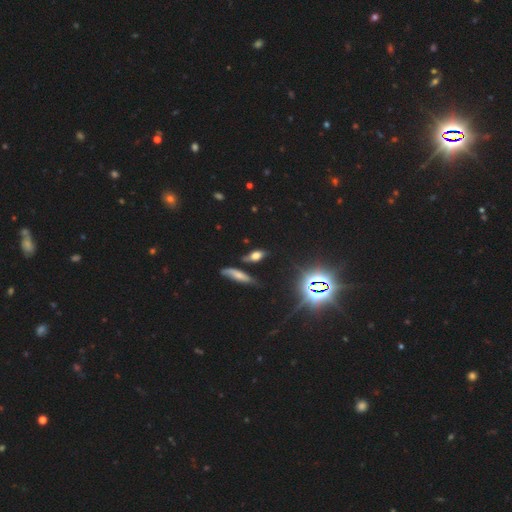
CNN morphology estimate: smooth-or-featured: smooth: 54% | star or artifact: 25% | featured or disk: 21%
  how-rounded: in between: 65% | cigar-shaped: 22% | round: 12%
  merging: none: 65% | minor disturbance: 17% | merger: 12% | major disturbance: 7%